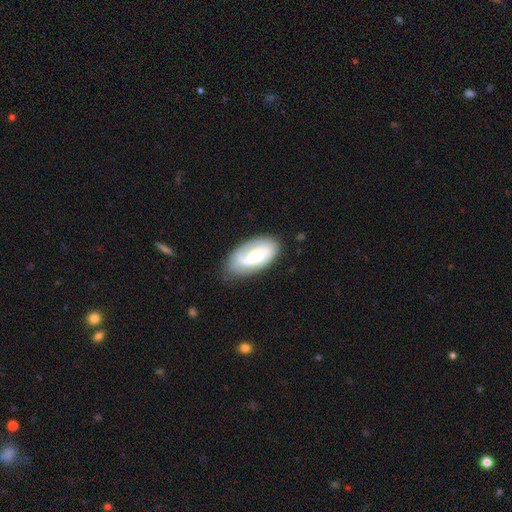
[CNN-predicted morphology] Q: Smooth or featured?
A: featured or disk (57%); runner-up: smooth (37%)
Q: Edge-on disk?
A: no (94%); runner-up: yes (6%)
Q: Bar?
A: no (53%); runner-up: weak (32%)
Q: Spiral arms?
A: yes (75%); runner-up: no (25%)
Q: Bulge size?
A: moderate (48%); runner-up: small (39%)
Q: Merging?
A: none (66%); runner-up: minor disturbance (22%)